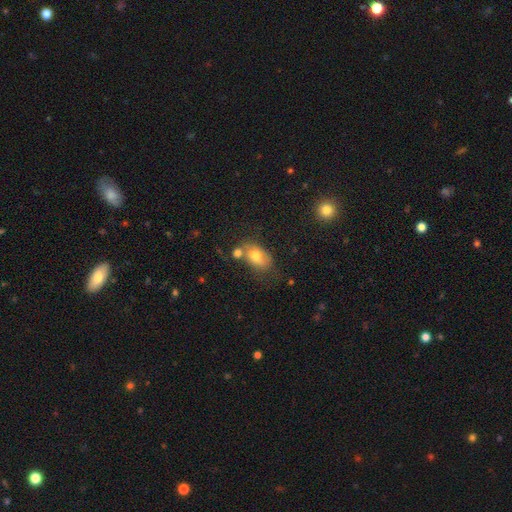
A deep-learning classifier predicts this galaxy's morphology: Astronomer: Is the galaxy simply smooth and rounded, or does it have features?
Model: smooth — 70%.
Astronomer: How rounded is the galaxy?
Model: in between — 84%.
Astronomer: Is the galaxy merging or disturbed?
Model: none — 46% (runner-up: merger, 26%).